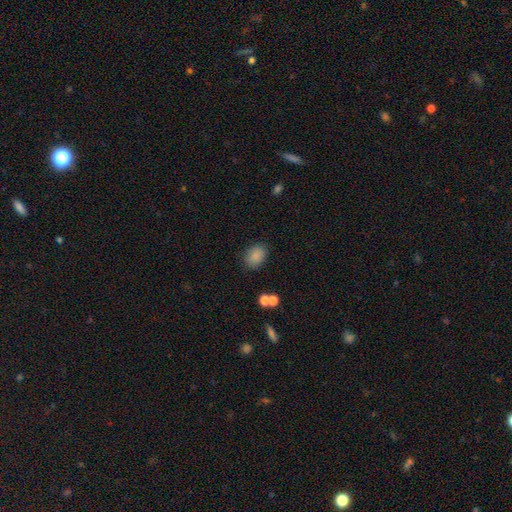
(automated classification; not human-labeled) A smooth galaxy with no disk features (85%) that is in between round and cigar-shaped (72%). Merging: none (83%).